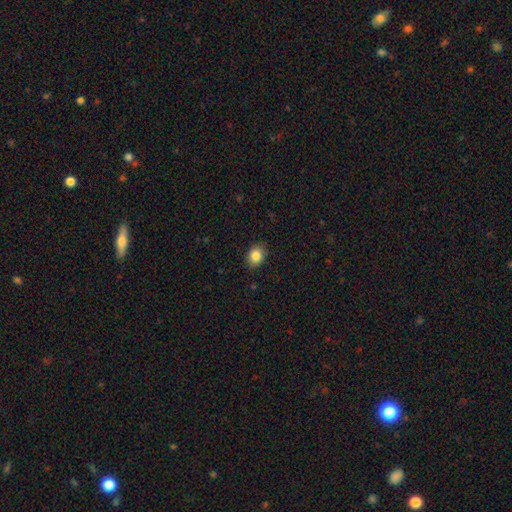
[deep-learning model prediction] smooth-or-featured: smooth: 86% | star or artifact: 9% | featured or disk: 6%
  how-rounded: in between: 55% | round: 44% | cigar-shaped: 1%
  merging: none: 86% | minor disturbance: 10% | major disturbance: 2% | merger: 1%